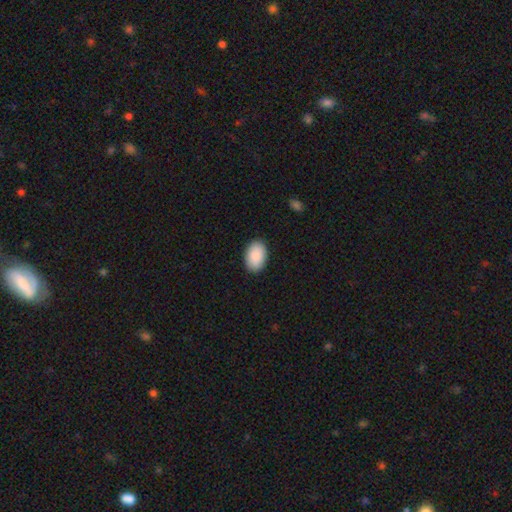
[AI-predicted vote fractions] smooth_or_featured: smooth (p=0.91) [alt: star or artifact p=0.06]
how_rounded: in between (p=0.90) [alt: round p=0.09]
merging: none (p=0.90) [alt: minor disturbance p=0.07]